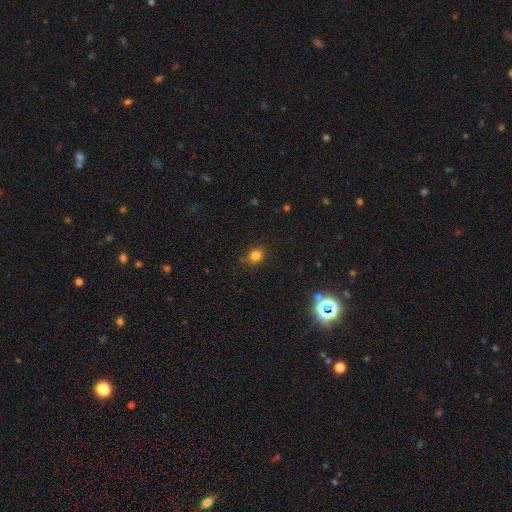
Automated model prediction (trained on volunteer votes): Smooth or featured? Predicted: smooth (p=0.79). How rounded? Predicted: round (p=0.77). Merging? Predicted: none (p=0.82).